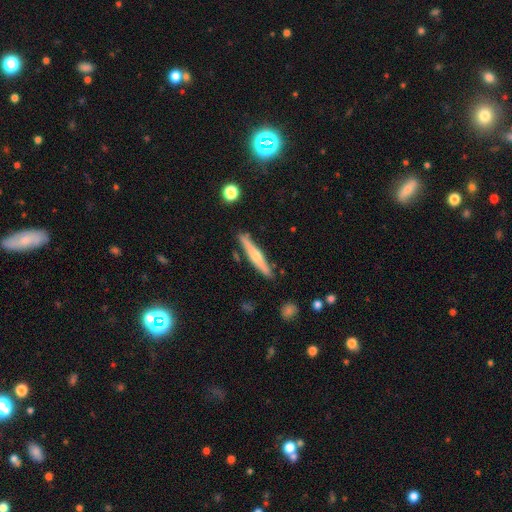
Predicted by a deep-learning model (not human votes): Q: Smooth or featured?
A: featured or disk (49%); runner-up: smooth (46%)
Q: Merging?
A: none (85%); runner-up: minor disturbance (10%)